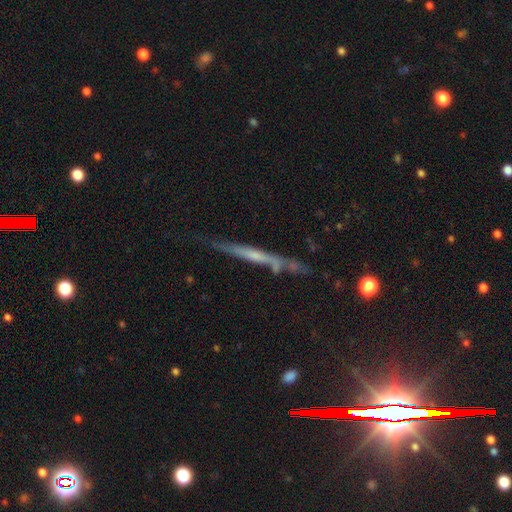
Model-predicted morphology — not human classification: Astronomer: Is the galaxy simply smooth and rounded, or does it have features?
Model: featured or disk — 64%.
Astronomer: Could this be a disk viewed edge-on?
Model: yes — 93%.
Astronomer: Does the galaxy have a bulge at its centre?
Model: none — 61%.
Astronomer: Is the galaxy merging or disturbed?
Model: none — 69%.